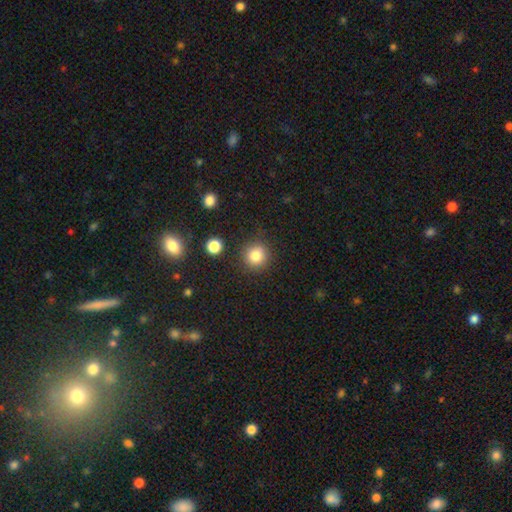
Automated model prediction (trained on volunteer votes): The model was most divided on "smooth or featured": smooth: 82%, star or artifact: 11%, featured or disk: 6%. More confident: how rounded — round (92%); merging — none (86%).